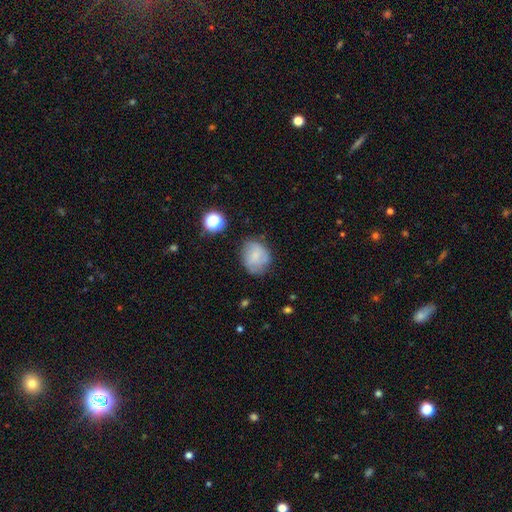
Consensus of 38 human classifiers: Smooth or featured?
  - smooth: 82% *
  - featured or disk: 13%
  - star or artifact: 5%
How rounded?
  - round: 65% *
  - in between: 35%
  - cigar-shaped: 0%
Merging?
  - none: 58% *
  - minor disturbance: 28%
  - major disturbance: 11%
  - merger: 3%